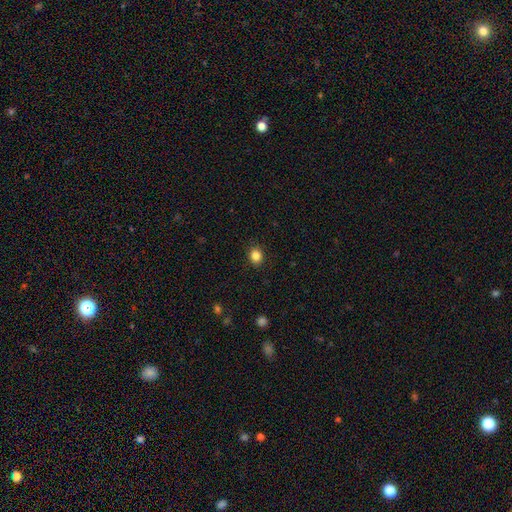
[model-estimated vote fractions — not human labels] This is clearly a smooth galaxy (85%). How rounded: likely round (63%). Merging: clearly none (90%).